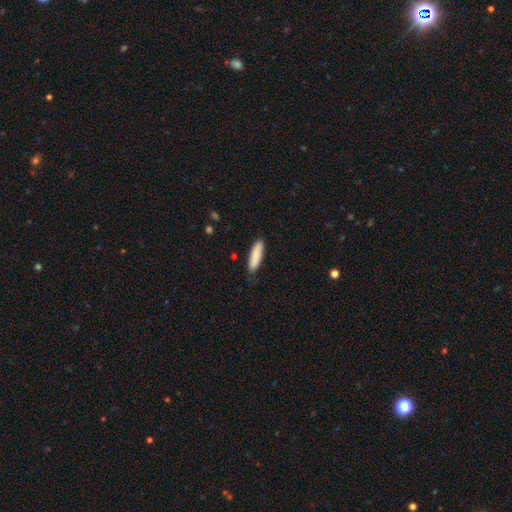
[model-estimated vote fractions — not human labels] The model was most divided on "how rounded": cigar-shaped: 67%, in between: 32%, round: 1%. More confident: smooth or featured — smooth (86%); merging — none (83%).